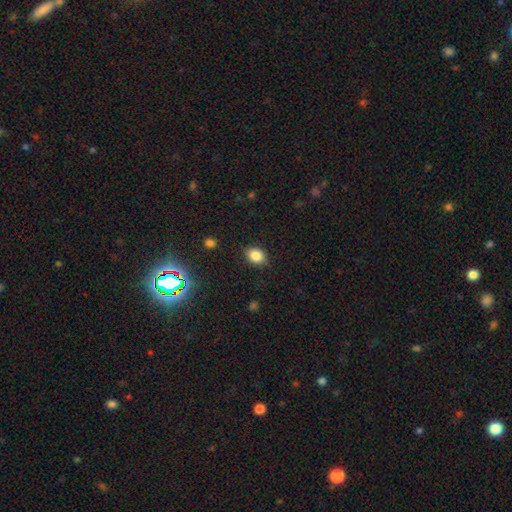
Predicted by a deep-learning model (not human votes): The model was most divided on "how rounded": in between: 68%, round: 31%, cigar-shaped: 1%. More confident: merging — none (87%); smooth or featured — smooth (85%).